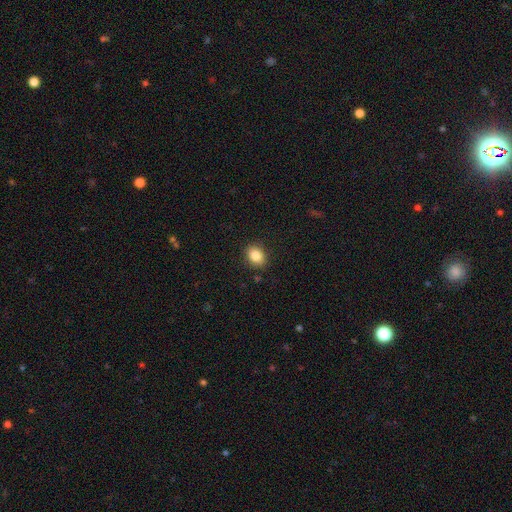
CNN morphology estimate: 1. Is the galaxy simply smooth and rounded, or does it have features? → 84% smooth, 9% star or artifact, 7% featured or disk.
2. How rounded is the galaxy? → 60% in between, 39% round, 1% cigar-shaped.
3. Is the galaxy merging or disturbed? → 88% none, 9% minor disturbance, 2% major disturbance, 1% merger.